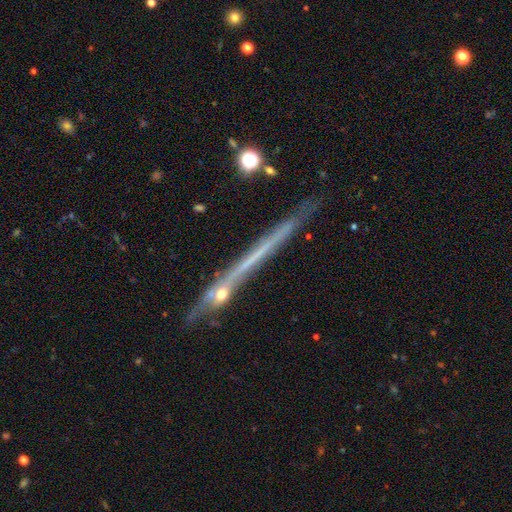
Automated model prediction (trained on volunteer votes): A featured or disk galaxy (65%) viewed edge-on (96%) with no central bulge (88%). Merging: none (76%).